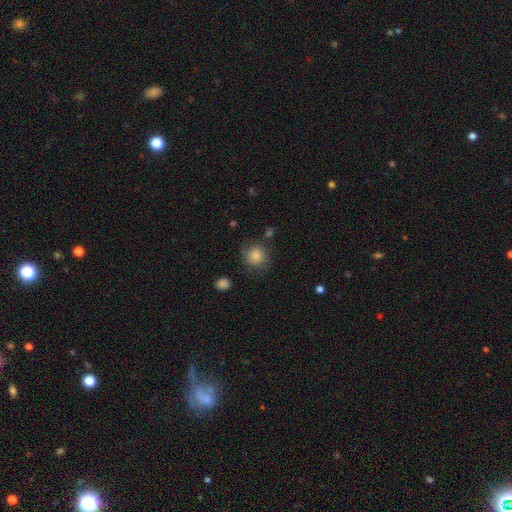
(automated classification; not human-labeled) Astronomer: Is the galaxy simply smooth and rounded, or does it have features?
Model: smooth — 79%.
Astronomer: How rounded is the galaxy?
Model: round — 88%.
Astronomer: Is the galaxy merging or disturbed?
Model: none — 73%.